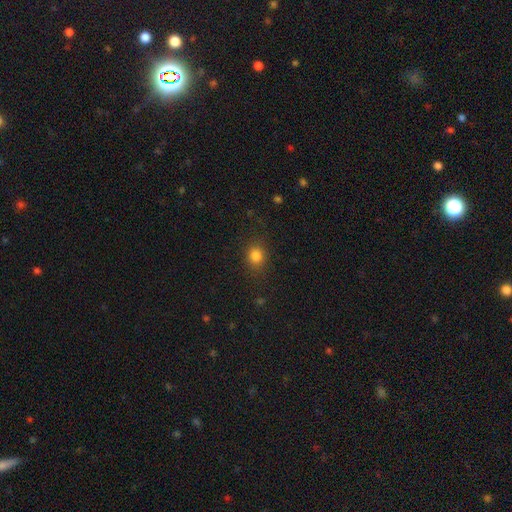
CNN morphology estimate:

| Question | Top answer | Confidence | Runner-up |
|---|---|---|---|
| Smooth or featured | smooth | 82% | star or artifact (13%) |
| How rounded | round | 68% | in between (31%) |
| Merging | none | 84% | minor disturbance (10%) |